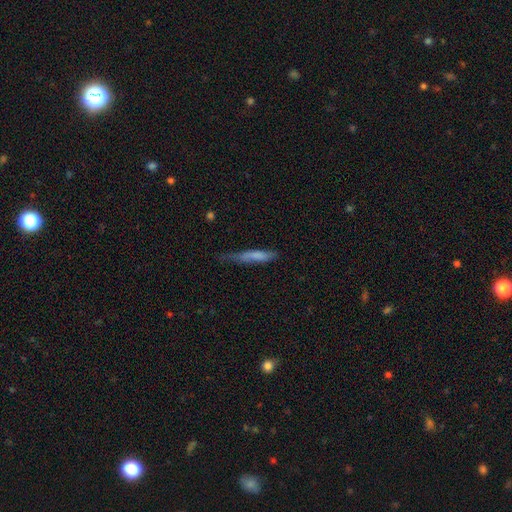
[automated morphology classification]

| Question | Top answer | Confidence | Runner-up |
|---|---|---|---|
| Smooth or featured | smooth | 70% | featured or disk (23%) |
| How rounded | cigar-shaped | 90% | in between (9%) |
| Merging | none | 48% | minor disturbance (37%) |